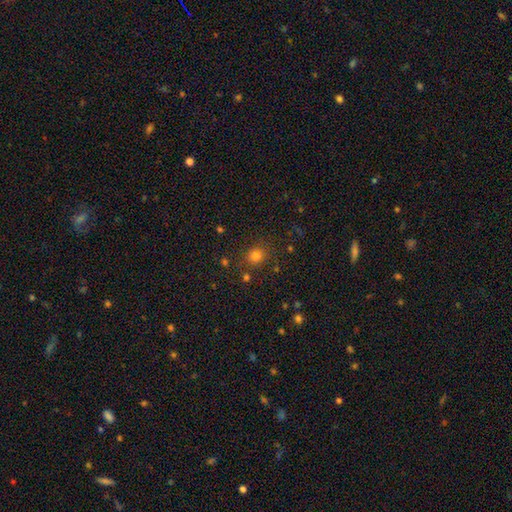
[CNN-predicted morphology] The model was most divided on "smooth or featured": smooth: 76%, star or artifact: 19%, featured or disk: 6%. More confident: merging — none (81%); how rounded — round (80%).